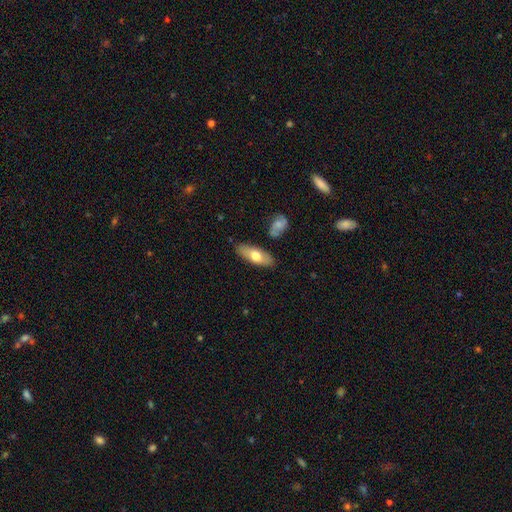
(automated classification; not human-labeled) Overall: smooth (63%; featured or disk 31%). How rounded: in between (73%). Merging: none (81%).